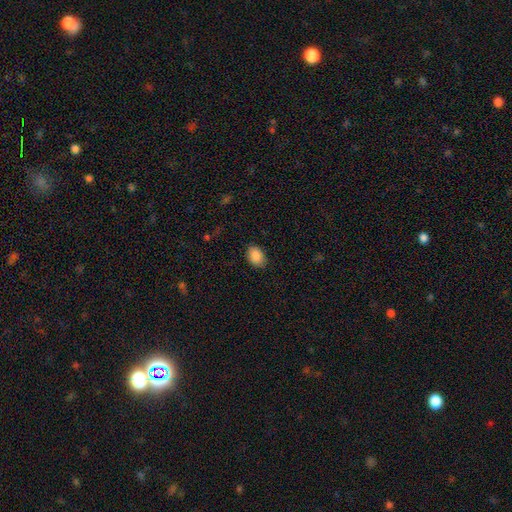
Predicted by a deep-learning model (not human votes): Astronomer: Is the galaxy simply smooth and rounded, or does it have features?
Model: smooth — 89%.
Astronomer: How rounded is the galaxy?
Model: in between — 76%.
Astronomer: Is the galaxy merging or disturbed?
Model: none — 83%.